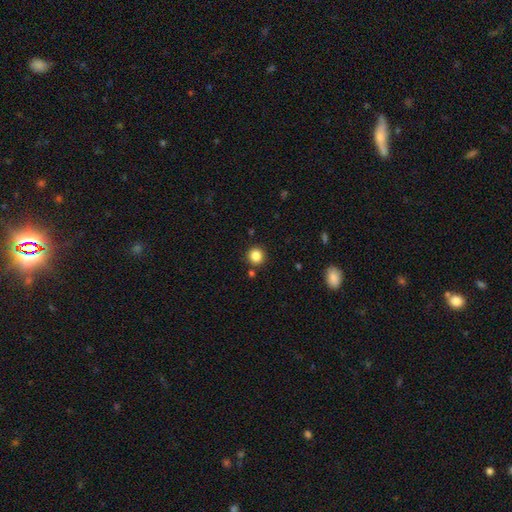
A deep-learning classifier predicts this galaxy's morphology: smooth-or-featured: smooth: 85% | star or artifact: 11% | featured or disk: 4%
  how-rounded: round: 93% | in between: 7% | cigar-shaped: 1%
  merging: none: 87% | minor disturbance: 6% | merger: 4% | major disturbance: 2%